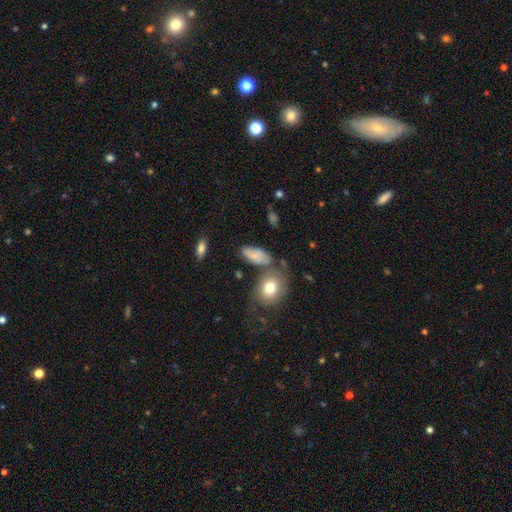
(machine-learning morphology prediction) smooth-or-featured: smooth: 64% | featured or disk: 26% | star or artifact: 10%
  how-rounded: in between: 84% | round: 9% | cigar-shaped: 7%
  merging: none: 55% | minor disturbance: 23% | merger: 12% | major disturbance: 9%